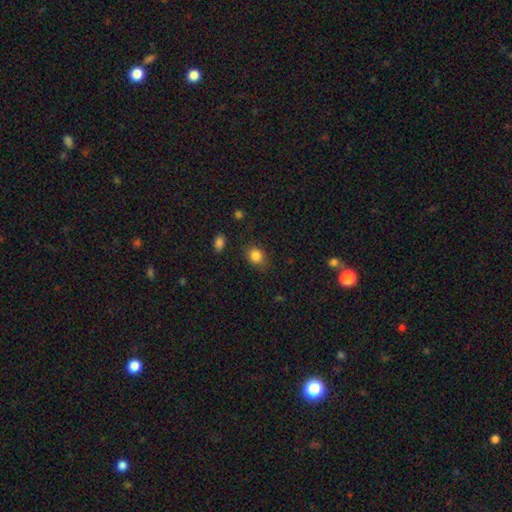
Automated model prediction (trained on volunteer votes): A smooth galaxy with no disk features (85%) that is round (56%). Merging: none (77%).